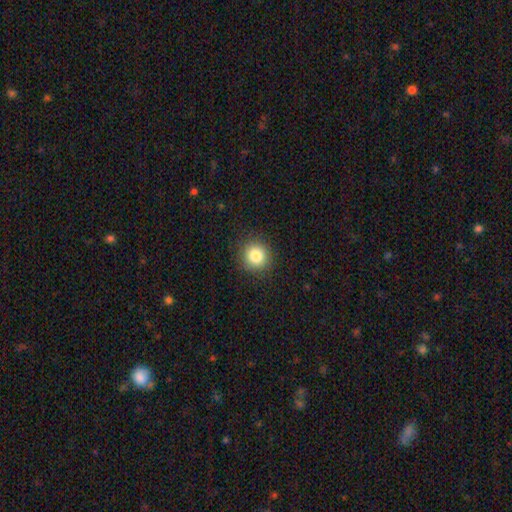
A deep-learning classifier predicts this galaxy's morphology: This is clearly a smooth galaxy (83%). How rounded: clearly round (90%). Merging: clearly none (90%).